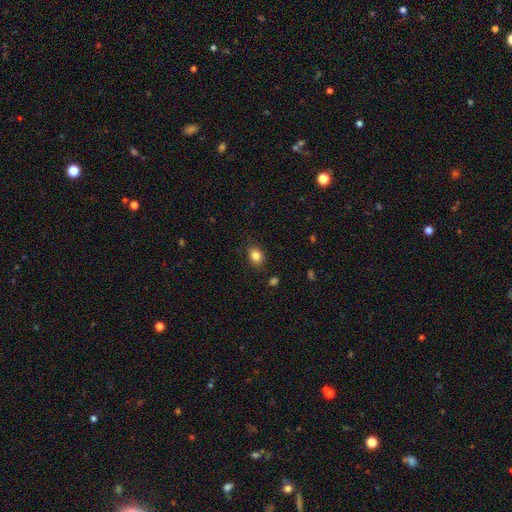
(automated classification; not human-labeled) Smooth or featured? Predicted: smooth (p=0.84). How rounded? Predicted: in between (p=0.54). Merging? Predicted: none (p=0.84).